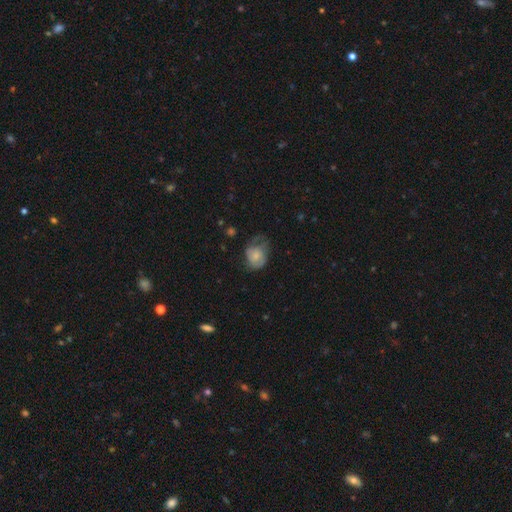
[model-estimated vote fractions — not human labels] Q: Smooth or featured?
A: smooth (57%); runner-up: featured or disk (35%)
Q: How rounded?
A: in between (53%); runner-up: round (46%)
Q: Merging?
A: none (33%); tied with: major disturbance (33%)